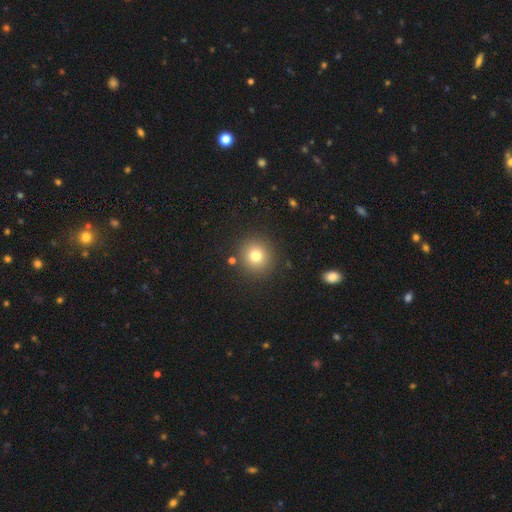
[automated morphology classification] Smooth or featured? Predicted: smooth (p=0.77). How rounded? Predicted: round (p=0.93). Merging? Predicted: none (p=0.89).